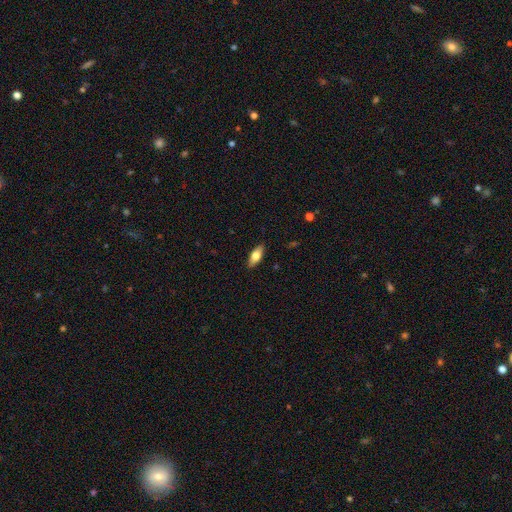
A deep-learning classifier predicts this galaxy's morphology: The model was most divided on "smooth or featured": smooth: 66%, featured or disk: 27%, star or artifact: 6%. More confident: merging — none (88%); how rounded — in between (79%).